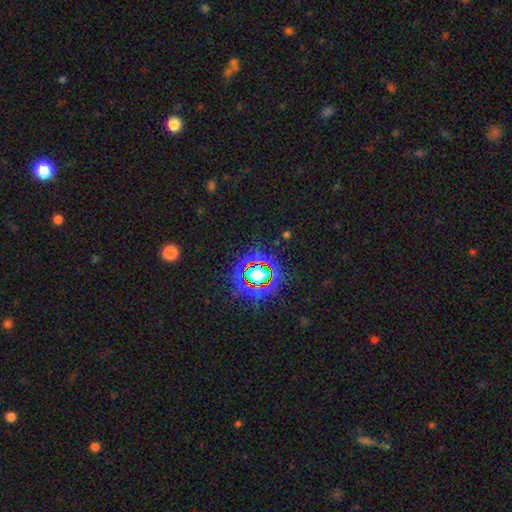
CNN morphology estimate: star or artifact 80%, smooth 11%, featured or disk 8%.